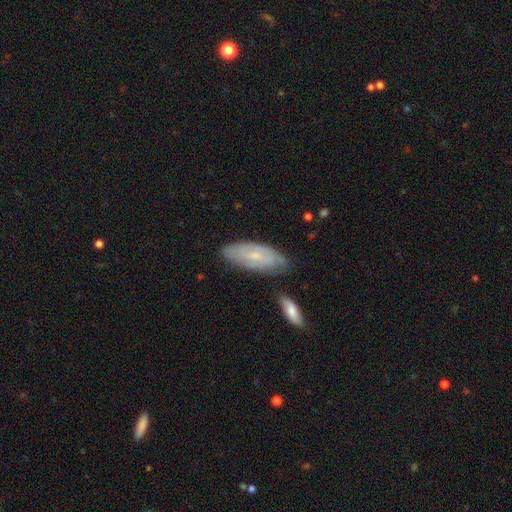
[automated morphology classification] Smooth or featured?
  - featured or disk: 50% *
  - smooth: 43%
  - star or artifact: 7%
Merging?
  - none: 71% *
  - minor disturbance: 19%
  - merger: 5%
  - major disturbance: 4%